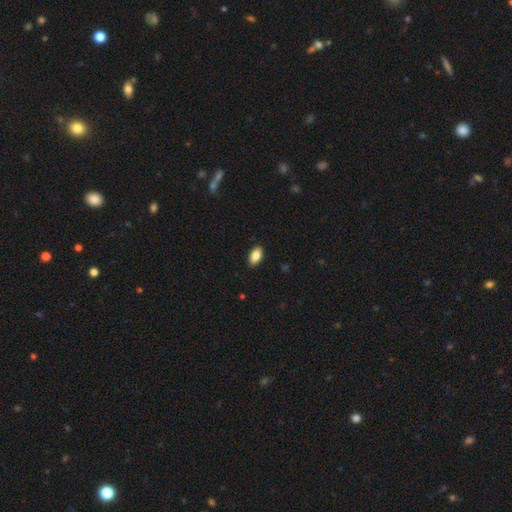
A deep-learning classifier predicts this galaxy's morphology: This appears to be a smooth galaxy with no disk features (85%) that is in between round and cigar-shaped (92%). Merging: none (89%).